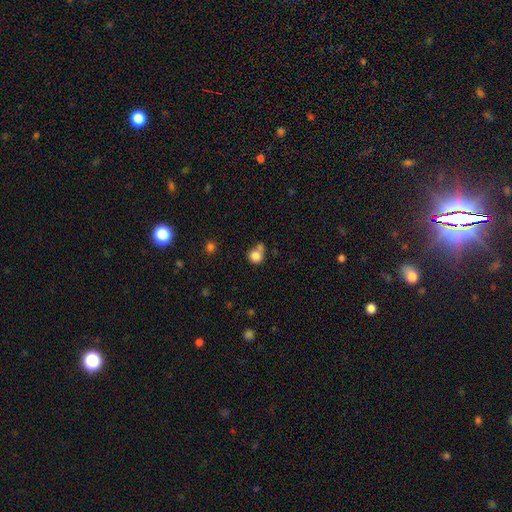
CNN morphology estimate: Smooth or featured?
  - smooth: 82% *
  - star or artifact: 10%
  - featured or disk: 8%
How rounded?
  - round: 81% *
  - in between: 18%
  - cigar-shaped: 1%
Merging?
  - none: 46% *
  - merger: 30%
  - minor disturbance: 16%
  - major disturbance: 7%